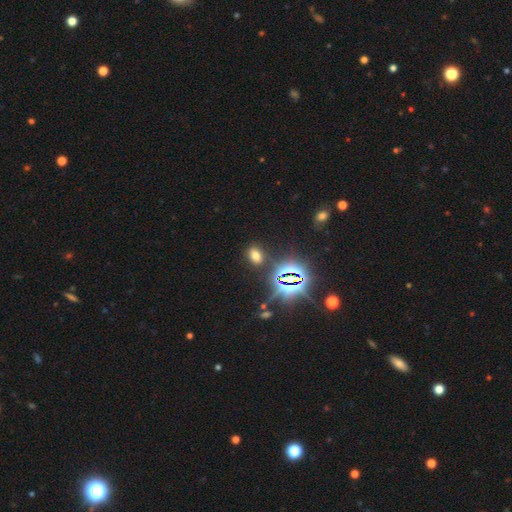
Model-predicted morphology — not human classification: type=smooth (56%); roundness=in between (75%); merging=none (84%).